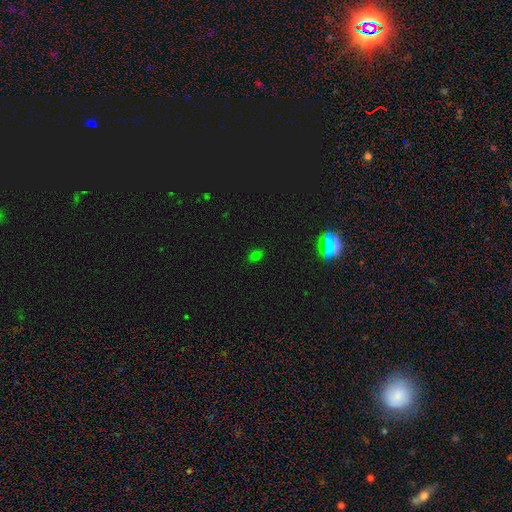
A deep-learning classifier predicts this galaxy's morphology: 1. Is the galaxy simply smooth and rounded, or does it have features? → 65% smooth, 30% star or artifact, 6% featured or disk.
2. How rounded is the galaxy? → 67% in between, 31% round, 2% cigar-shaped.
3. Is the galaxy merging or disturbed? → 86% none, 10% minor disturbance, 2% major disturbance, 1% merger.